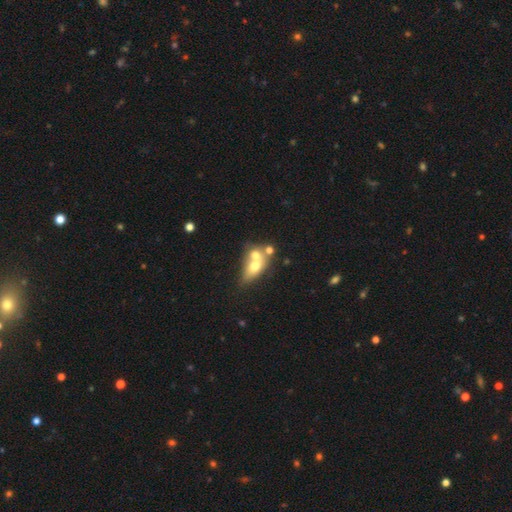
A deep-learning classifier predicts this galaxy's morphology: This appears to be a smooth galaxy with no disk features (61%) that is in between round and cigar-shaped (64%). Merging: merger (65%).